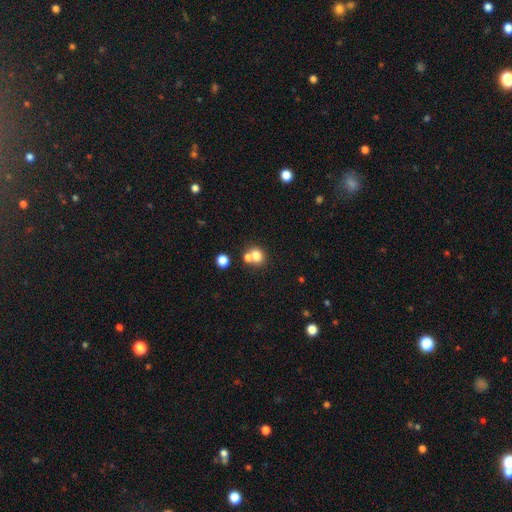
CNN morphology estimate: Smooth or featured? Predicted: smooth (p=0.76). How rounded? Predicted: round (p=0.73). Merging? Predicted: none (p=0.47).